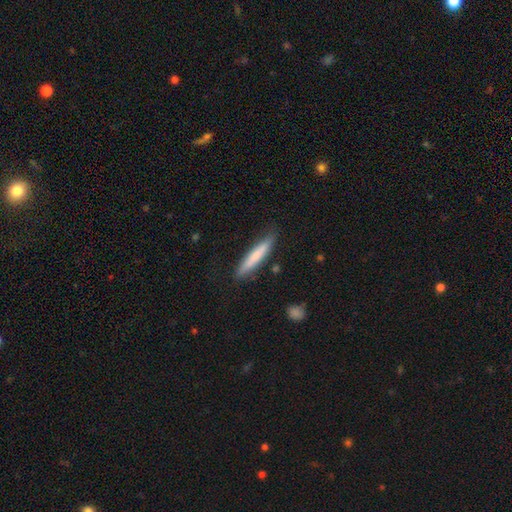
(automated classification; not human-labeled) This appears to be a smooth galaxy with no disk features (72%) that is cigar-shaped (92%). Merging: none (84%).